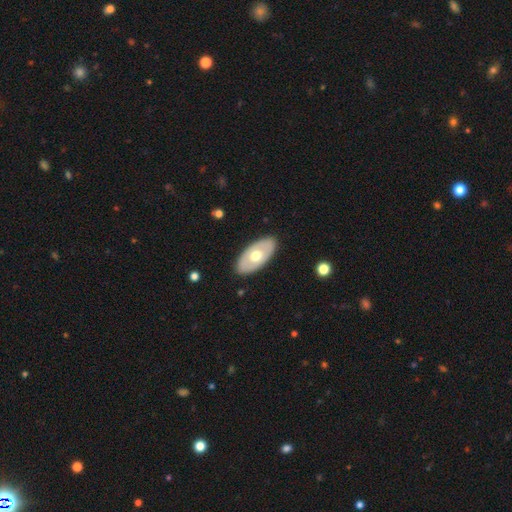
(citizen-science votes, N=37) A featured or disk galaxy (62%) with no bar (100%), no spiral arms (100%) and a moderate central bulge (82%). Merging: none (89%).